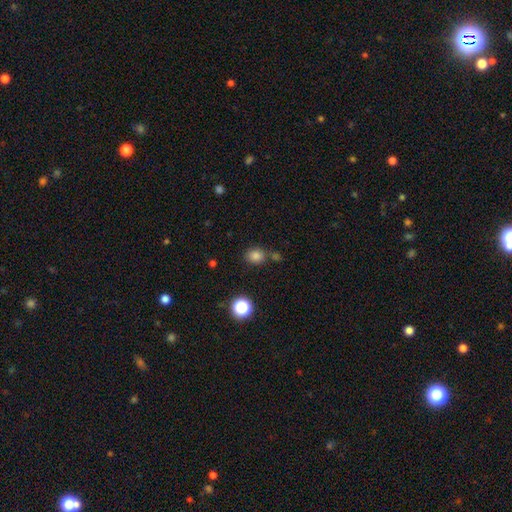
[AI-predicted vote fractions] Q: Smooth or featured?
A: smooth (81%); runner-up: star or artifact (14%)
Q: How rounded?
A: round (62%); runner-up: in between (37%)
Q: Merging?
A: none (72%); runner-up: minor disturbance (12%)